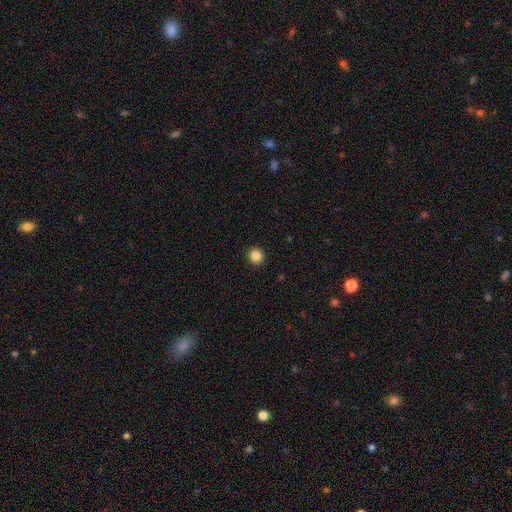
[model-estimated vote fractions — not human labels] A smooth galaxy with no disk features (86%) that is round (89%). Merging: none (93%).